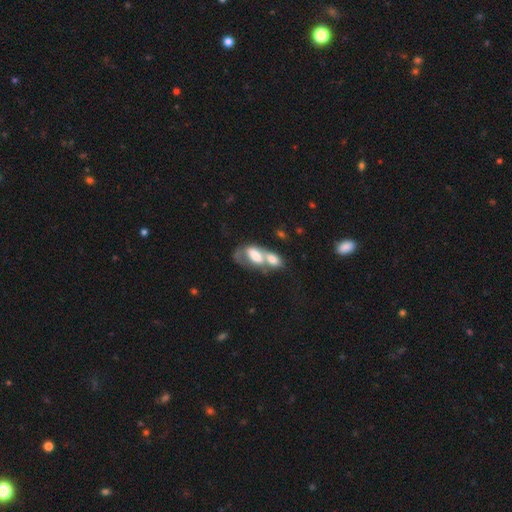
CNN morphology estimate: Overall: smooth (59%; featured or disk 33%). How rounded: in between (87%). Merging: merger (75%).